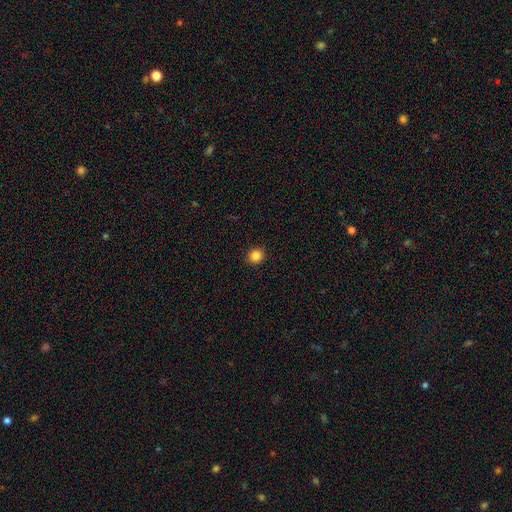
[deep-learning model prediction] The model was most divided on "how rounded": round: 83%, in between: 16%, cigar-shaped: 1%. More confident: merging — none (92%); smooth or featured — smooth (85%).